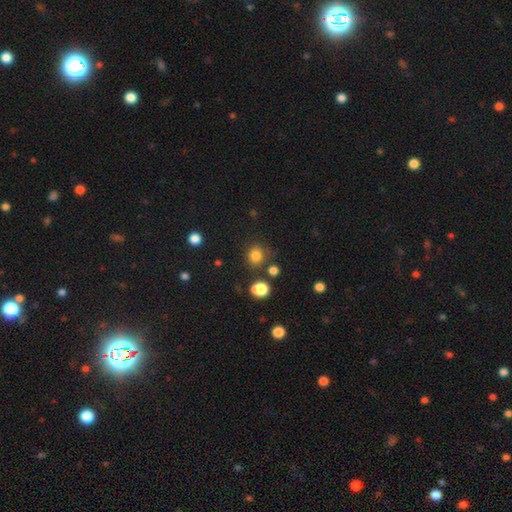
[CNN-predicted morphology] This appears to be a smooth galaxy with no disk features (81%) that is round (86%). Merging: none (79%).